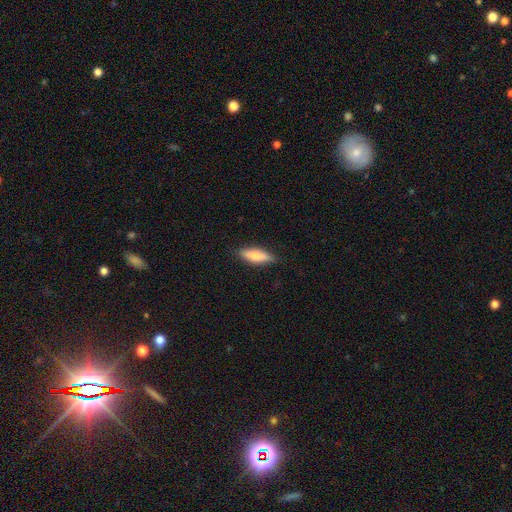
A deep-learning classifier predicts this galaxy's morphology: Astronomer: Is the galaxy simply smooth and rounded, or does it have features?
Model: smooth — 71%.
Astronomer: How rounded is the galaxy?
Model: cigar-shaped — 51% (runner-up: in between, 47%).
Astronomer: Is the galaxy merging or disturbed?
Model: none — 84%.